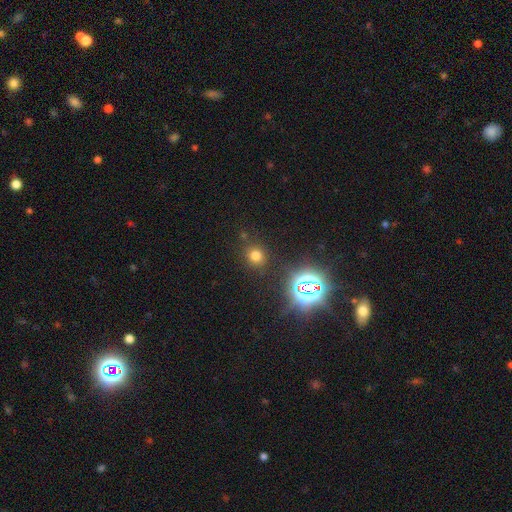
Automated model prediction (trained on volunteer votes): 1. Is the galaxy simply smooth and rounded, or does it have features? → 67% smooth, 26% star or artifact, 7% featured or disk.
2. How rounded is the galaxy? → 84% round, 15% in between, 1% cigar-shaped.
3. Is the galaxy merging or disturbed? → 85% none, 8% minor disturbance, 4% merger, 3% major disturbance.